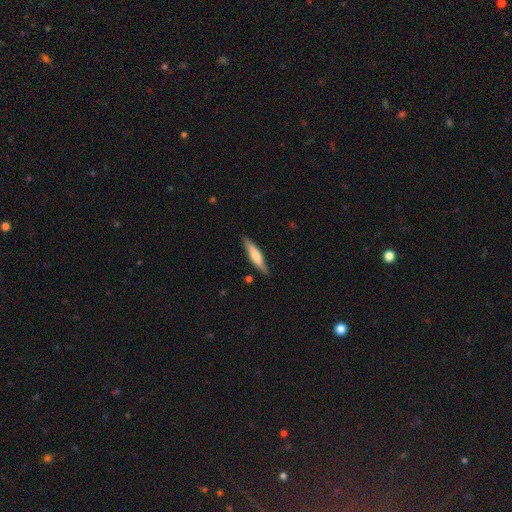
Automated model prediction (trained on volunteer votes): smooth_or_featured: smooth (p=0.60) [alt: featured or disk p=0.34]
how_rounded: cigar-shaped (p=0.85) [alt: in between p=0.14]
merging: none (p=0.85) [alt: minor disturbance p=0.11]